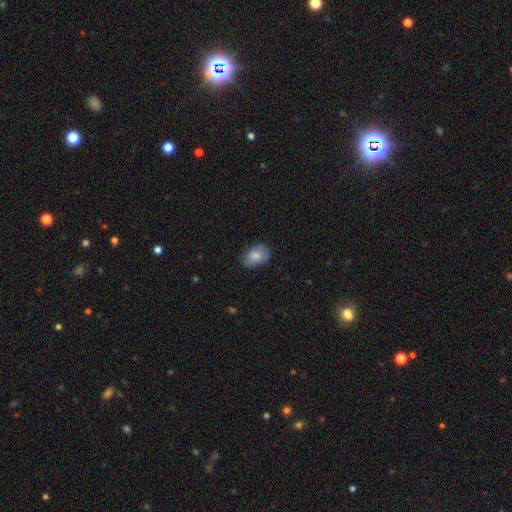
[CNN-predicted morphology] Smooth or featured? smooth (81%)
How rounded? in between (84%)
Merging? none (70%)